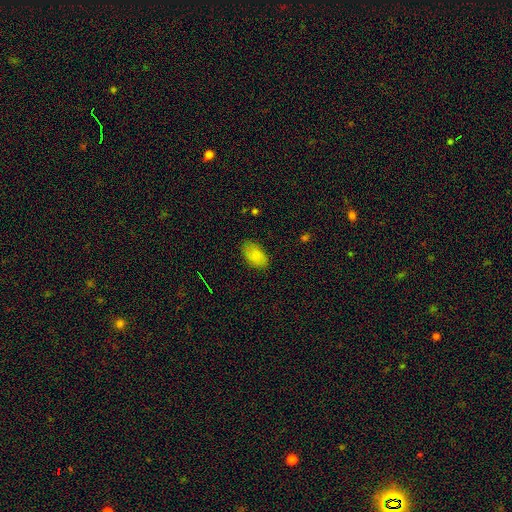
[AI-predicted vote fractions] Q: Smooth or featured?
A: smooth (82%); runner-up: featured or disk (10%)
Q: How rounded?
A: in between (94%); runner-up: round (4%)
Q: Merging?
A: none (83%); runner-up: minor disturbance (13%)